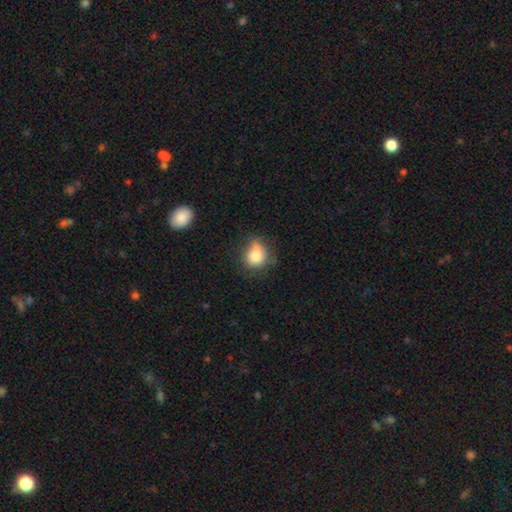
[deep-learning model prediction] This is likely a smooth galaxy (77%). How rounded: likely round (67%). Merging: marginally none (45%).